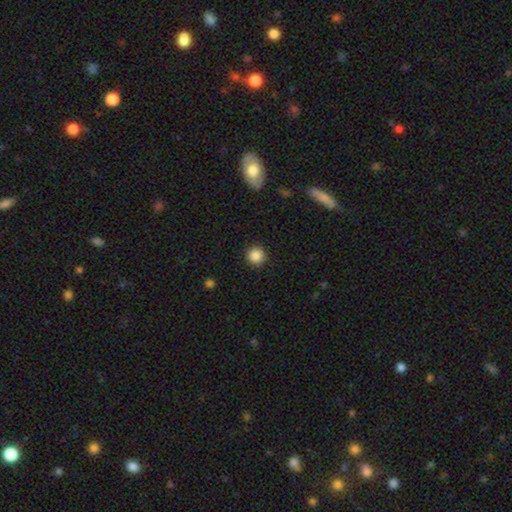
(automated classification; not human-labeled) This is clearly a smooth galaxy (87%). How rounded: clearly round (95%). Merging: clearly none (92%).